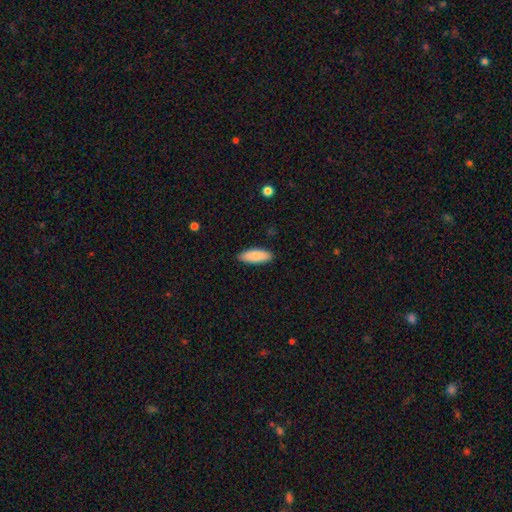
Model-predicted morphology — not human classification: Q: Smooth or featured?
A: smooth (87%); runner-up: featured or disk (8%)
Q: How rounded?
A: in between (68%); runner-up: cigar-shaped (30%)
Q: Merging?
A: none (88%); runner-up: minor disturbance (9%)